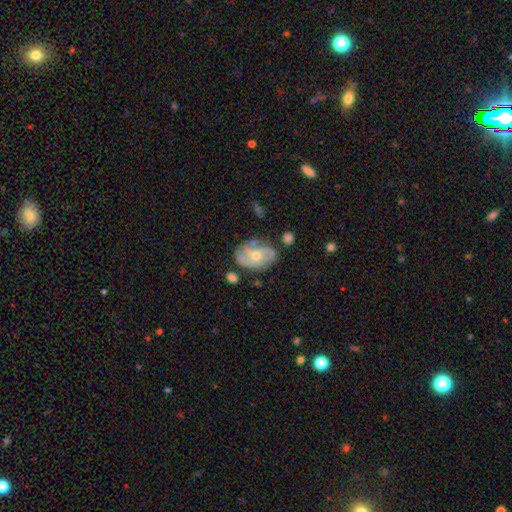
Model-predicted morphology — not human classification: Q: Smooth or featured?
A: featured or disk (72%); runner-up: smooth (21%)
Q: Edge-on disk?
A: no (96%); runner-up: yes (4%)
Q: Bar?
A: no (72%); runner-up: weak (23%)
Q: Spiral arms?
A: yes (86%); runner-up: no (14%)
Q: Spiral winding?
A: tight (42%); runner-up: medium (39%)
Q: Spiral arm count?
A: 2 (37%); runner-up: can't tell (26%)
Q: Bulge size?
A: moderate (54%); runner-up: small (42%)
Q: Merging?
A: none (65%); runner-up: minor disturbance (23%)